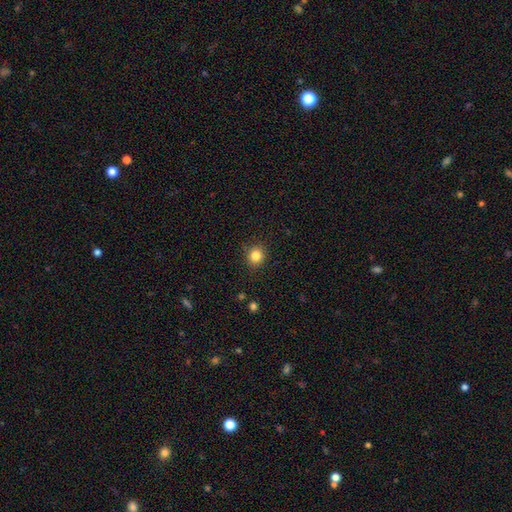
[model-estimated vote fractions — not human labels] This is clearly a smooth galaxy (84%). How rounded: clearly round (84%). Merging: clearly none (88%).